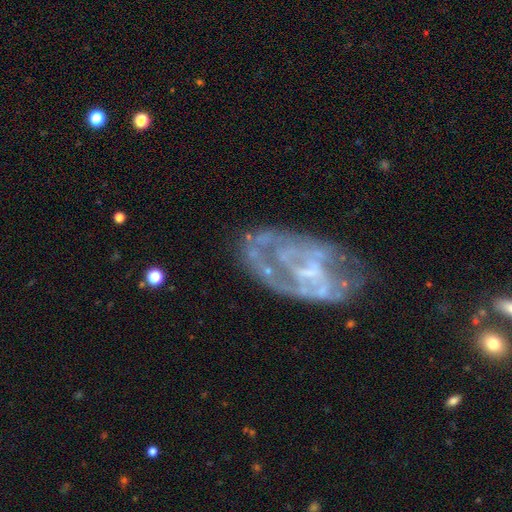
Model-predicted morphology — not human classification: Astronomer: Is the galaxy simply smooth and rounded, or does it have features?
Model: featured or disk — 78%.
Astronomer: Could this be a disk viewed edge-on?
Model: no — 96%.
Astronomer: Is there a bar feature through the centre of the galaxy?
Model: no — 51% (runner-up: weak, 34%).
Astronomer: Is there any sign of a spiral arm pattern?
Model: yes — 55% (runner-up: no, 45%).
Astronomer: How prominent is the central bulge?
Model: none — 49% (runner-up: small, 32%).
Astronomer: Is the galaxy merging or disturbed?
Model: none — 48% (runner-up: major disturbance, 24%).